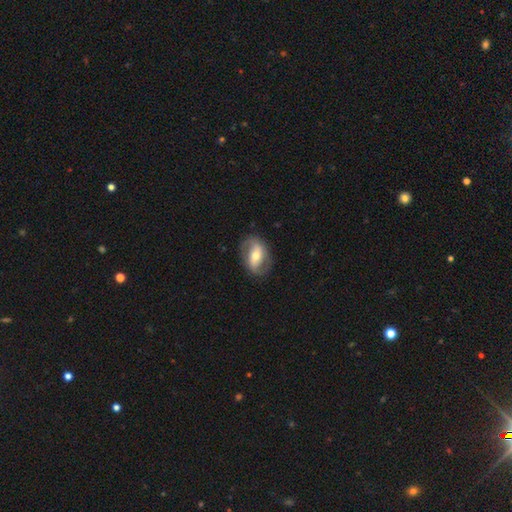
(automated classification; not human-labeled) Overall: featured or disk (66%; smooth 28%). Edge-on disk: no (95%). Bar: strong (35%, tied with weak). Spiral arms: yes (77%). Bulge size: moderate (67%). Merging: none (79%).